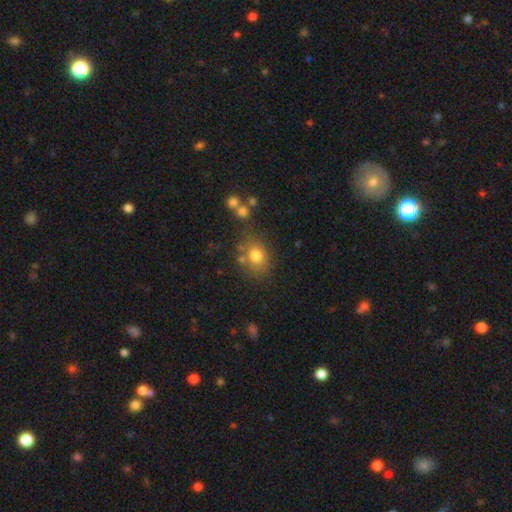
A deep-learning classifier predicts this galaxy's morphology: Smooth or featured? smooth (76%)
How rounded? round (56%)
Merging? none (67%)